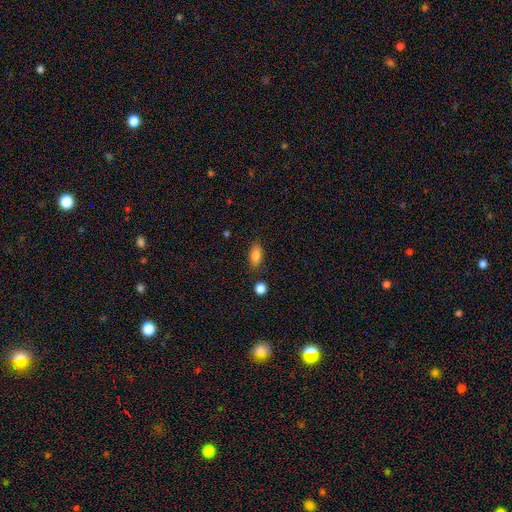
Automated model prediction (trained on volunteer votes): smooth-or-featured: smooth: 85% | star or artifact: 9% | featured or disk: 7%
  how-rounded: in between: 87% | cigar-shaped: 8% | round: 5%
  merging: none: 82% | minor disturbance: 11% | merger: 3% | major disturbance: 3%